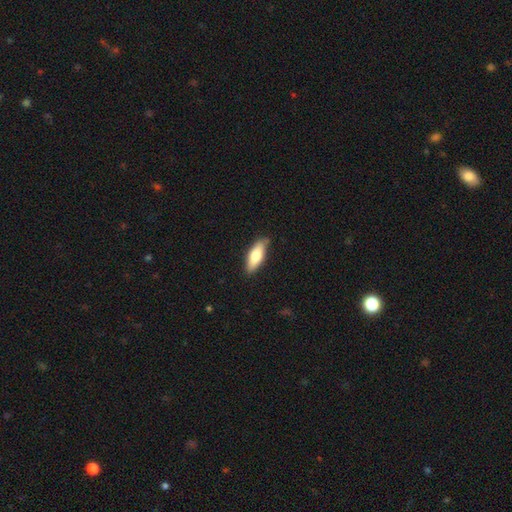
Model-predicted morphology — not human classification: smooth-or-featured: smooth: 71% | featured or disk: 23% | star or artifact: 6%
  how-rounded: in between: 64% | cigar-shaped: 34% | round: 2%
  merging: none: 83% | minor disturbance: 14% | major disturbance: 2% | merger: 1%